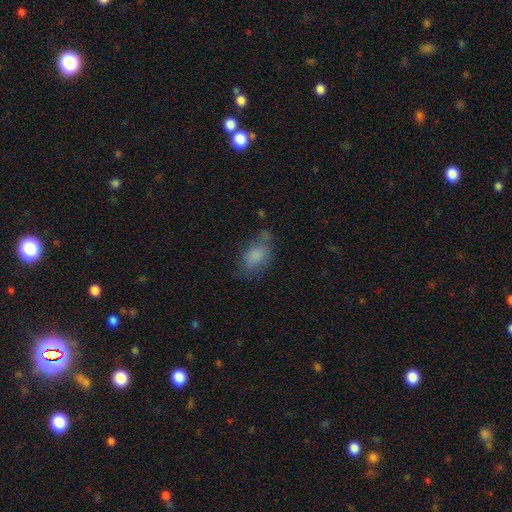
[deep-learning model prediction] Smooth or featured?
  - smooth: 79% *
  - featured or disk: 12%
  - star or artifact: 9%
How rounded?
  - in between: 87% *
  - round: 10%
  - cigar-shaped: 3%
Merging?
  - none: 55% *
  - minor disturbance: 27%
  - major disturbance: 13%
  - merger: 5%